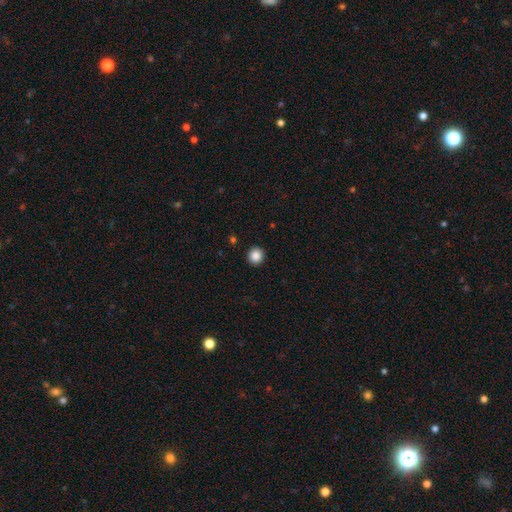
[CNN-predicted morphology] Smooth or featured?
  - smooth: 87% *
  - star or artifact: 10%
  - featured or disk: 3%
How rounded?
  - round: 93% *
  - in between: 6%
  - cigar-shaped: 1%
Merging?
  - none: 92% *
  - minor disturbance: 5%
  - major disturbance: 2%
  - merger: 1%